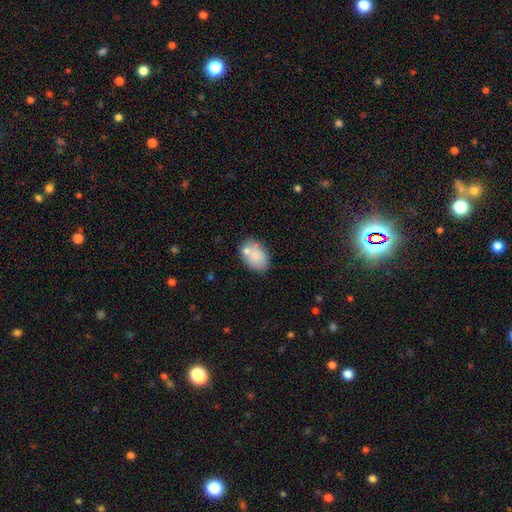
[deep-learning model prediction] smooth_or_featured: smooth (p=0.75) [alt: featured or disk p=0.17]
how_rounded: in between (p=0.82) [alt: round p=0.17]
merging: none (p=0.60) [alt: minor disturbance p=0.19]